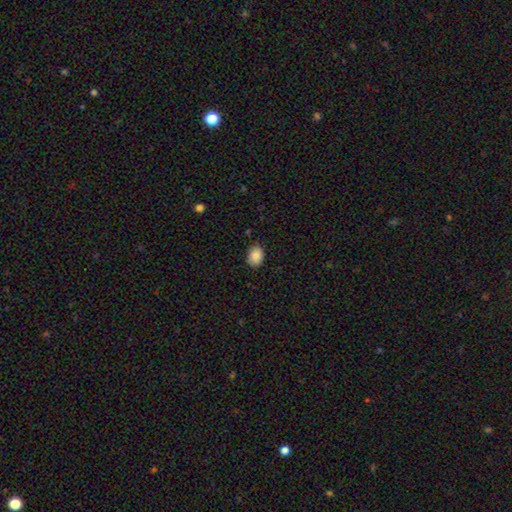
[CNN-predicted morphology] smooth_or_featured: smooth (p=0.88) [alt: star or artifact p=0.08]
how_rounded: in between (p=0.67) [alt: round p=0.32]
merging: none (p=0.83) [alt: minor disturbance p=0.14]